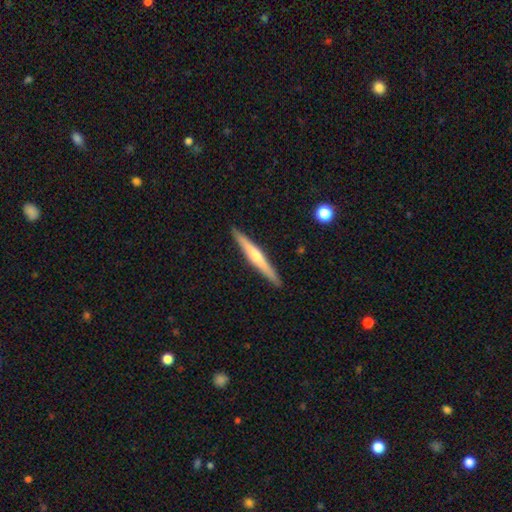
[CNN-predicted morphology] featured or disk 62%, smooth 33%, star or artifact 5%. Down the decision tree: edge-on disk — yes (97%); edge-on bulge — rounded (71%); merging — none (91%).